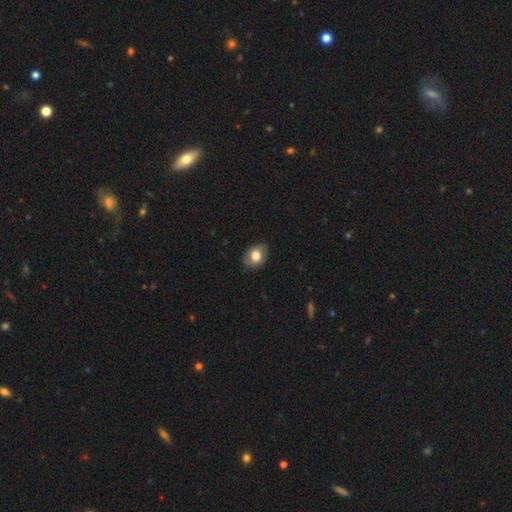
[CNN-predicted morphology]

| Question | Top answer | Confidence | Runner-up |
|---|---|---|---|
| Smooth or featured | smooth | 77% | featured or disk (15%) |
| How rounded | in between | 70% | round (29%) |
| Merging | none | 81% | minor disturbance (15%) |